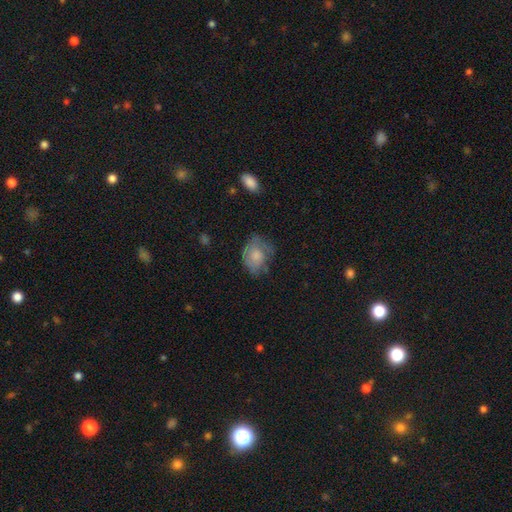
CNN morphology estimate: type=smooth (60%); roundness=in between (56%); merging=none (50%).